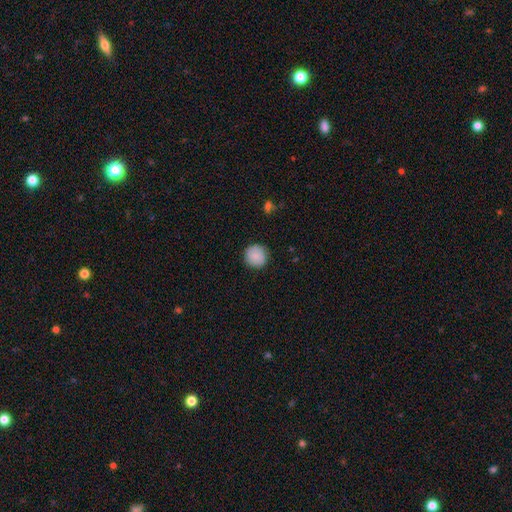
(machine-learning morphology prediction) smooth_or_featured: smooth (p=0.87) [alt: star or artifact p=0.07]
how_rounded: round (p=0.94) [alt: in between p=0.05]
merging: none (p=0.88) [alt: minor disturbance p=0.09]